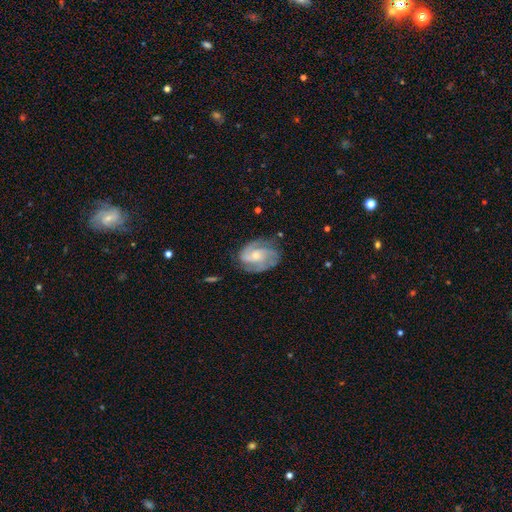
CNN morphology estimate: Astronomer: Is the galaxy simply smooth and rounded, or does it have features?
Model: featured or disk — 85%.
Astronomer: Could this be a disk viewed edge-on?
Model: no — 98%.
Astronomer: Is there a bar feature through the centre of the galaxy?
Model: no — 61%.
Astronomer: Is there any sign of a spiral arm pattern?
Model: yes — 96%.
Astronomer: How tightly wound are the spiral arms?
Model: medium — 46% (runner-up: tight, 40%).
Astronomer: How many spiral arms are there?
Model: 2 — 41% (runner-up: 3, 33%).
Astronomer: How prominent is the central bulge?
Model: small — 56% (runner-up: moderate, 39%).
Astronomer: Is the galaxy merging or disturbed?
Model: none — 70%.